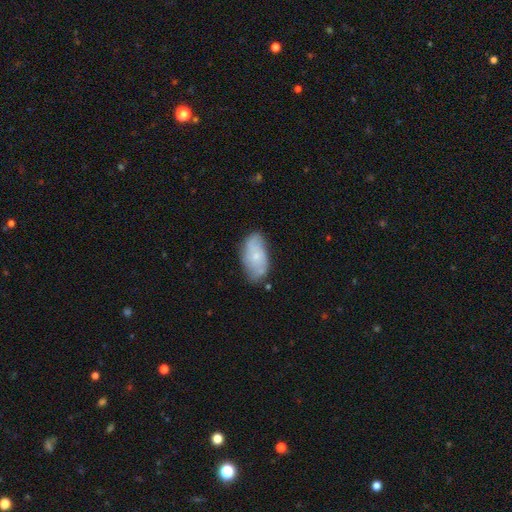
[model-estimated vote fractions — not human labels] A featured or disk galaxy (47%).

Vote fractions:
- Smooth or featured? featured or disk: 47% / smooth: 46% / star or artifact: 7%
- Merging? none: 64% / minor disturbance: 27% / major disturbance: 6% / merger: 3%